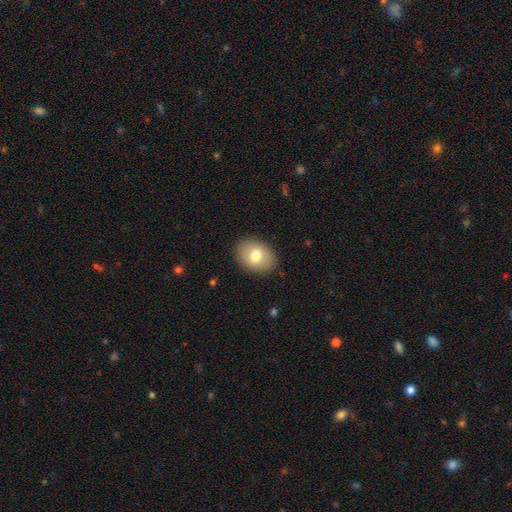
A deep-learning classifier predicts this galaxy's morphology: smooth-or-featured: smooth: 75% | featured or disk: 17% | star or artifact: 8%
  how-rounded: in between: 67% | round: 32% | cigar-shaped: 1%
  merging: none: 87% | minor disturbance: 9% | major disturbance: 3% | merger: 1%